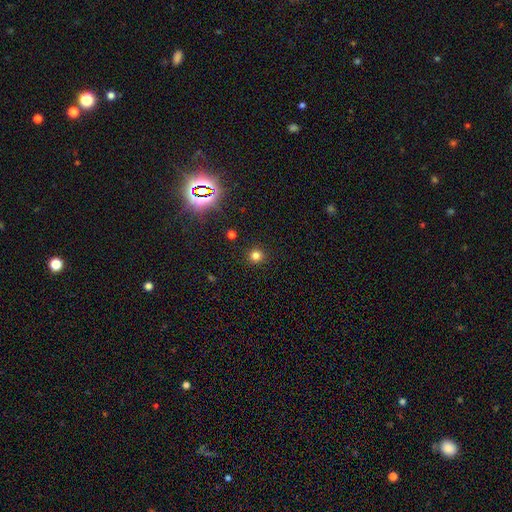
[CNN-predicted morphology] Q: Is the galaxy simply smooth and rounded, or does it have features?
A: smooth — 79%.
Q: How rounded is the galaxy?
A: round — 94%.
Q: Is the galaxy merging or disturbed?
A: none — 92%.